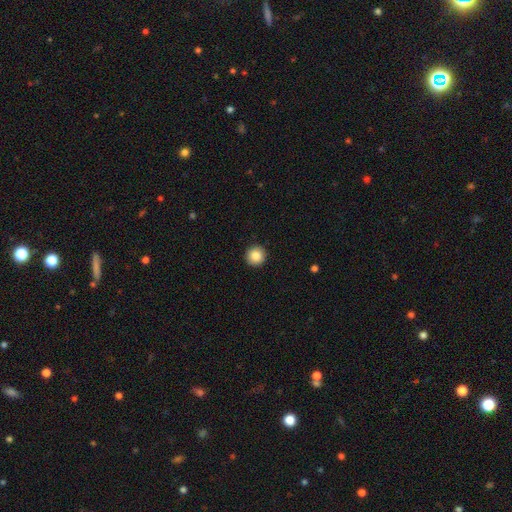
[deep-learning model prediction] Smooth or featured? Predicted: smooth (p=0.86). How rounded? Predicted: round (p=0.96). Merging? Predicted: none (p=0.93).